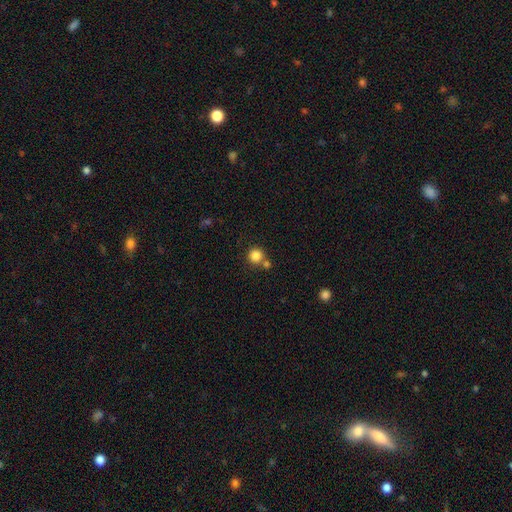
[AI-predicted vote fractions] Q: Smooth or featured?
A: smooth (84%); runner-up: star or artifact (11%)
Q: How rounded?
A: round (94%); runner-up: in between (5%)
Q: Merging?
A: none (69%); runner-up: merger (21%)